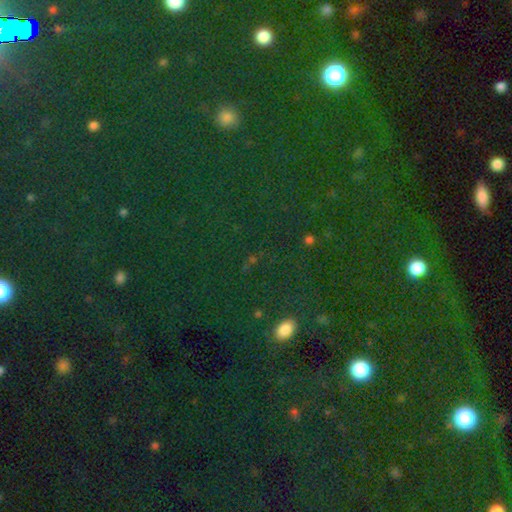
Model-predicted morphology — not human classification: This is likely a star or artifact rather than a galaxy (69%).